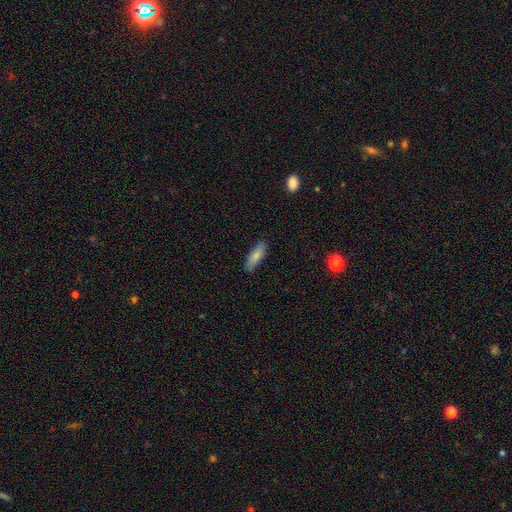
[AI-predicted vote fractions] Smooth or featured: smooth — 81% (featured or disk — 12%)
How rounded: cigar-shaped — 50% (in between — 48%)
Merging: none — 87% (minor disturbance — 10%)